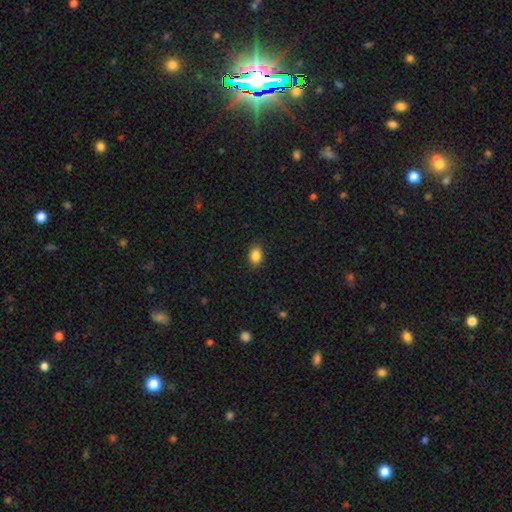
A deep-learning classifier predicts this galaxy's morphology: Smooth or featured? Predicted: smooth (p=0.86). How rounded? Predicted: in between (p=0.68). Merging? Predicted: none (p=0.89).